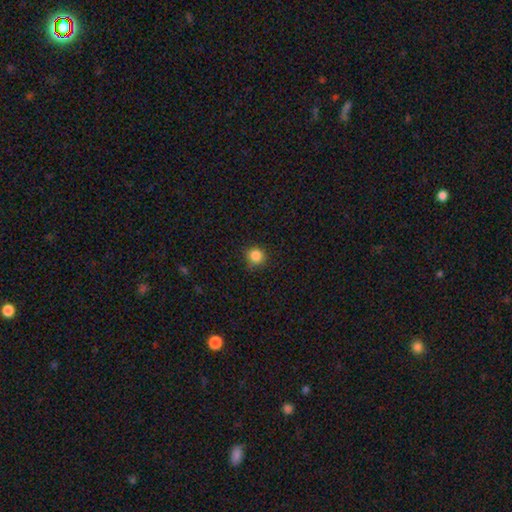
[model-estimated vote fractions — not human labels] Smooth or featured? Predicted: smooth (p=0.85). How rounded? Predicted: round (p=0.94). Merging? Predicted: none (p=0.86).